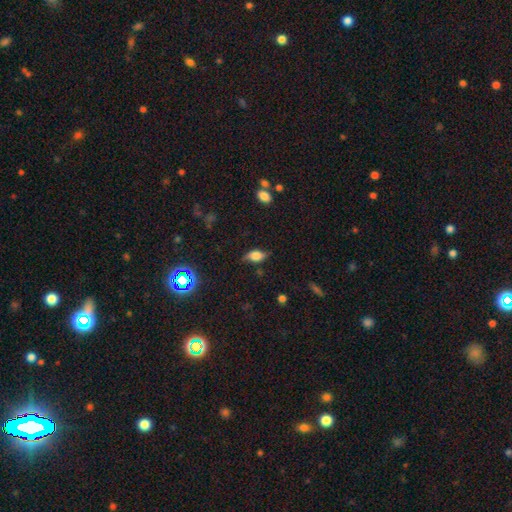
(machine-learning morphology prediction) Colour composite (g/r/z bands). It shows a smooth galaxy with no disk features (65%) that is in between round and cigar-shaped (83%). Merging: none (73%).